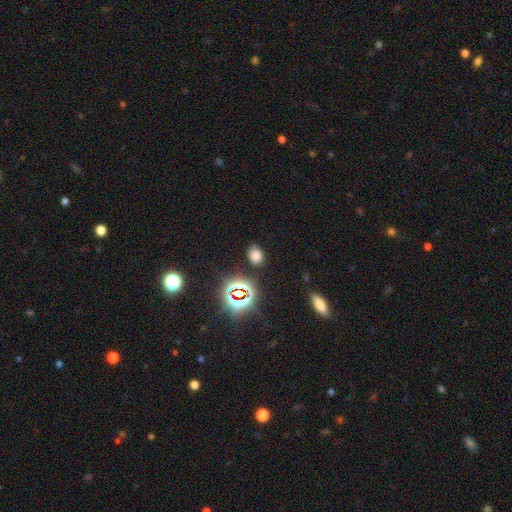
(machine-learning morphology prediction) This is likely a smooth galaxy (67%). How rounded: possibly in between (53%). Merging: likely none (80%).